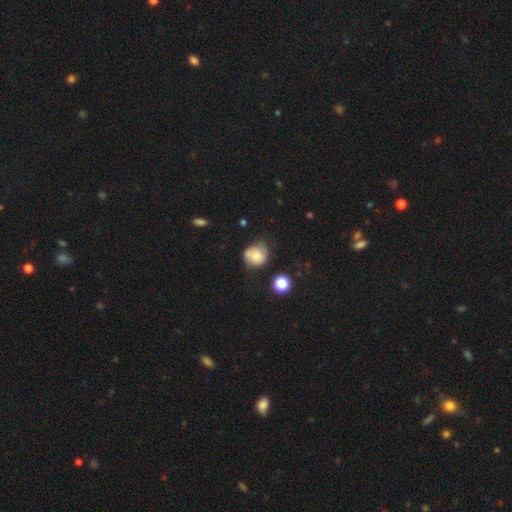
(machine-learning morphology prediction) This appears to be a smooth galaxy with no disk features (68%) that is round (76%). Merging: none (52%).